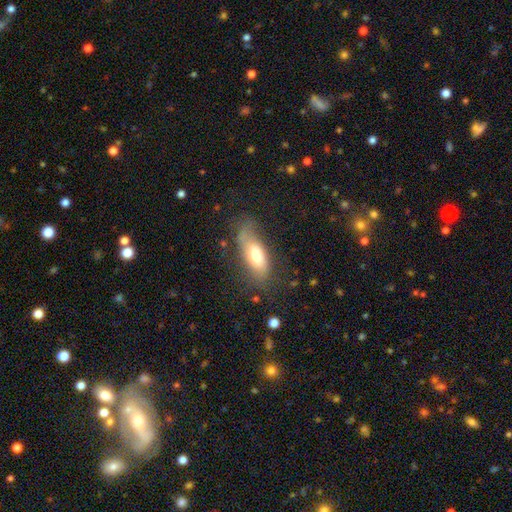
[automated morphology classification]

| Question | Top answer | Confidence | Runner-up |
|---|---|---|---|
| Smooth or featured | smooth | 68% | featured or disk (25%) |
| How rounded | in between | 76% | cigar-shaped (21%) |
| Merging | none | 51% | minor disturbance (29%) |